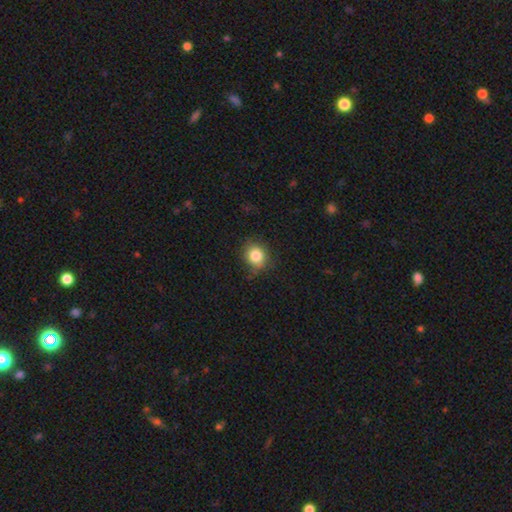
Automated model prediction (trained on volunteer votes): The model was most divided on "how rounded": round: 79%, in between: 20%, cigar-shaped: 1%. More confident: smooth or featured — smooth (83%); merging — none (81%).